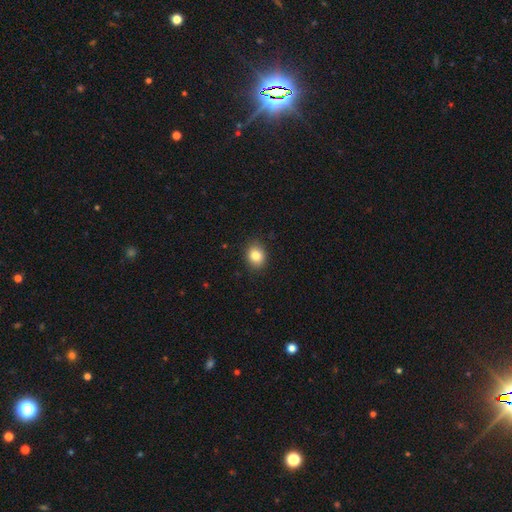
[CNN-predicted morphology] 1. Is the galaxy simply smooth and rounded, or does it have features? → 84% smooth, 10% star or artifact, 7% featured or disk.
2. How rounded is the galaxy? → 59% round, 41% in between, 1% cigar-shaped.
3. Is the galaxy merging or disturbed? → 88% none, 9% minor disturbance, 2% major disturbance, 1% merger.